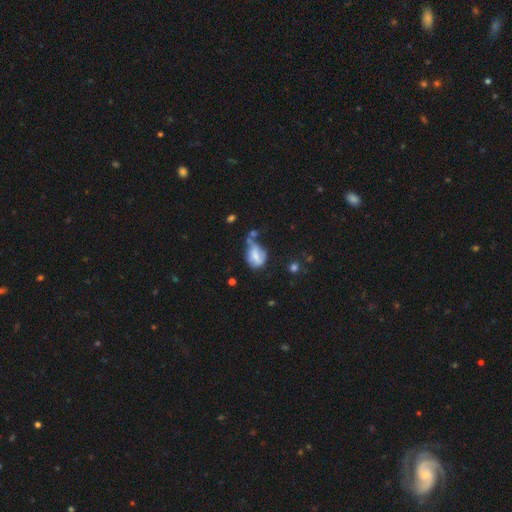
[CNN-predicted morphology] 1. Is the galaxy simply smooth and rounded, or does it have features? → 58% smooth, 32% featured or disk, 10% star or artifact.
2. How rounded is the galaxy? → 65% in between, 33% round, 2% cigar-shaped.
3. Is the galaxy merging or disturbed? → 29% none, 28% minor disturbance, 24% merger, 19% major disturbance.